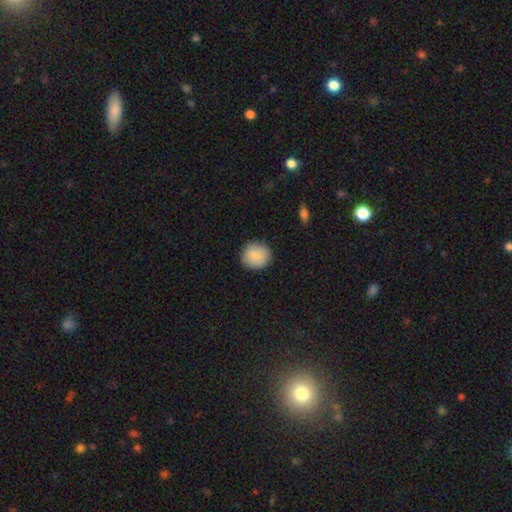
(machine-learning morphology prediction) smooth-or-featured: smooth: 86% | featured or disk: 7% | star or artifact: 7%
  how-rounded: round: 88% | in between: 11% | cigar-shaped: 1%
  merging: none: 88% | minor disturbance: 8% | major disturbance: 2% | merger: 1%